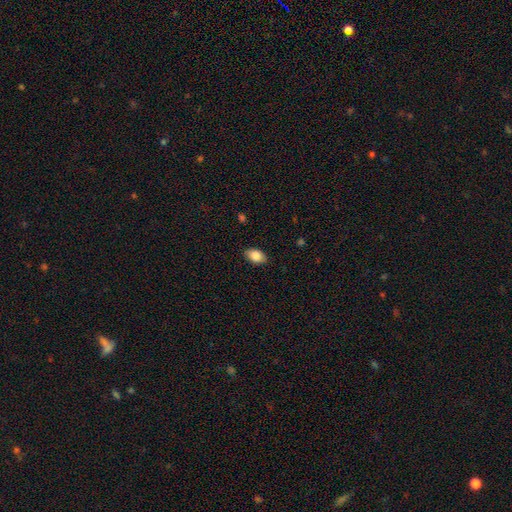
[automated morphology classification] This is clearly a smooth galaxy (85%). How rounded: clearly in between (90%). Merging: clearly none (88%).